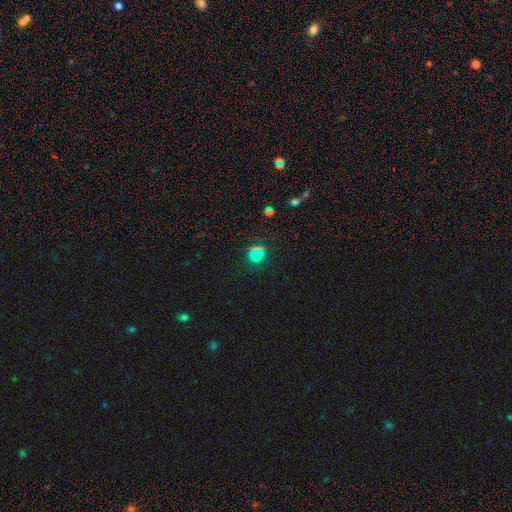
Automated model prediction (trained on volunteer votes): This is possibly a smooth galaxy (55%). How rounded: clearly round (86%). Merging: clearly none (82%).